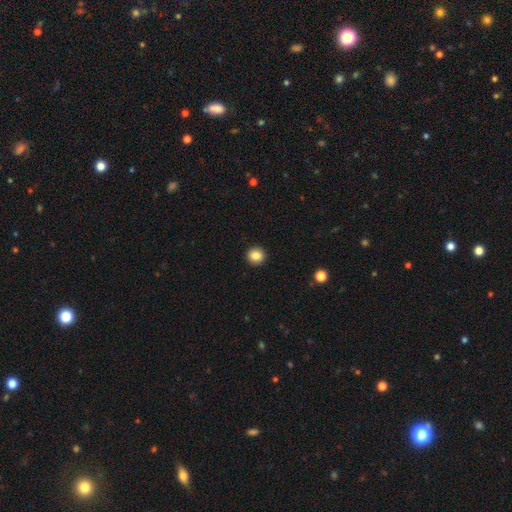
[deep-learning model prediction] The model was most divided on "smooth or featured": smooth: 85%, star or artifact: 10%, featured or disk: 5%. More confident: merging — none (93%); how rounded — round (90%).